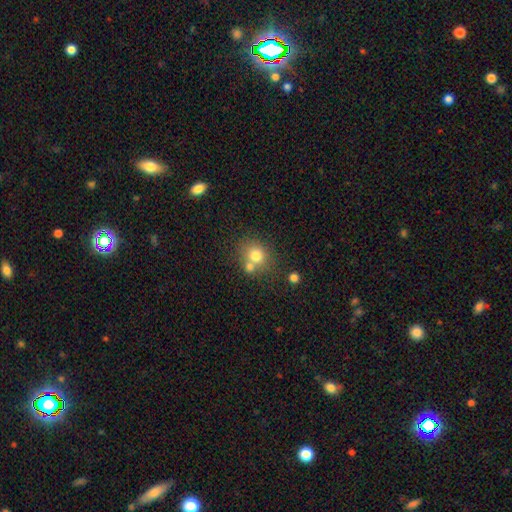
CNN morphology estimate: Smooth or featured: smooth — 75% (featured or disk — 13%)
How rounded: round — 74% (in between — 25%)
Merging: none — 53% (merger — 33%)